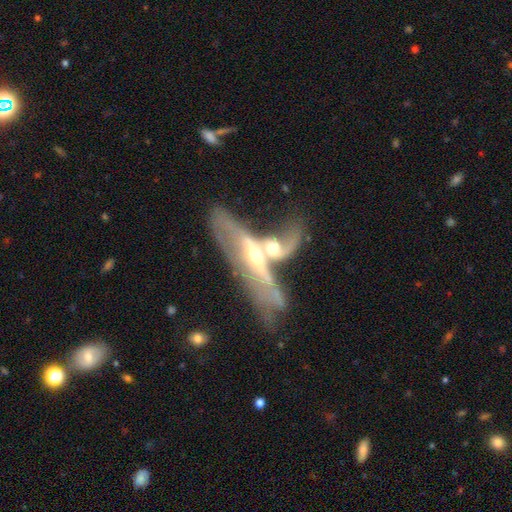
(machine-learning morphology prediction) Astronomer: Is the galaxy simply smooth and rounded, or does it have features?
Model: featured or disk — 78%.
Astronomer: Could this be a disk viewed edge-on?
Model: yes — 51% (runner-up: no, 49%).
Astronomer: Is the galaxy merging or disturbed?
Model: merger — 59%.